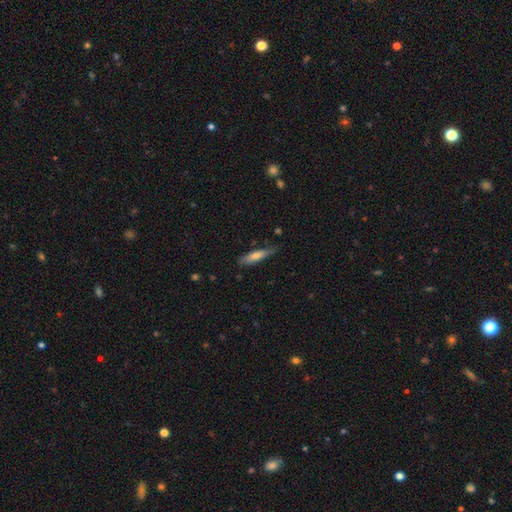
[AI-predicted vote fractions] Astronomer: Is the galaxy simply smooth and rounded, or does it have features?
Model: smooth — 65%.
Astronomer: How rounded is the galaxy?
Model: cigar-shaped — 80%.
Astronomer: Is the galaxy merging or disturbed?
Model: none — 74%.